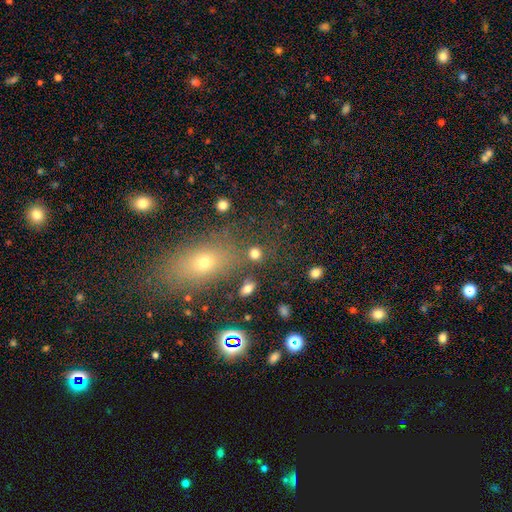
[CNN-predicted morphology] smooth-or-featured: smooth: 57% | star or artifact: 29% | featured or disk: 14%
  how-rounded: in between: 49% | round: 44% | cigar-shaped: 7%
  merging: none: 72% | minor disturbance: 12% | merger: 8% | major disturbance: 7%